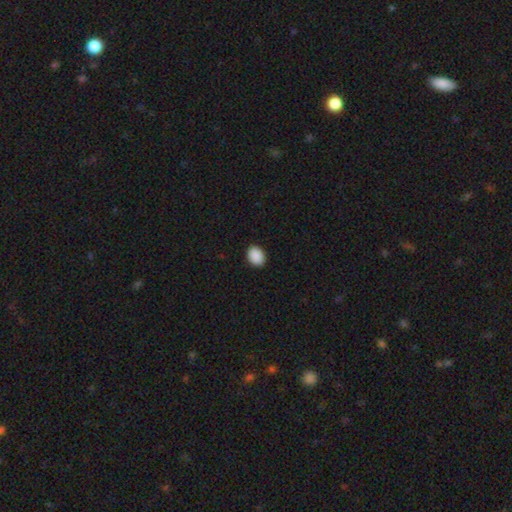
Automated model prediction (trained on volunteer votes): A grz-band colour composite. It shows a smooth galaxy with no disk features (90%) that is in between round and cigar-shaped (64%). Merging: none (91%).